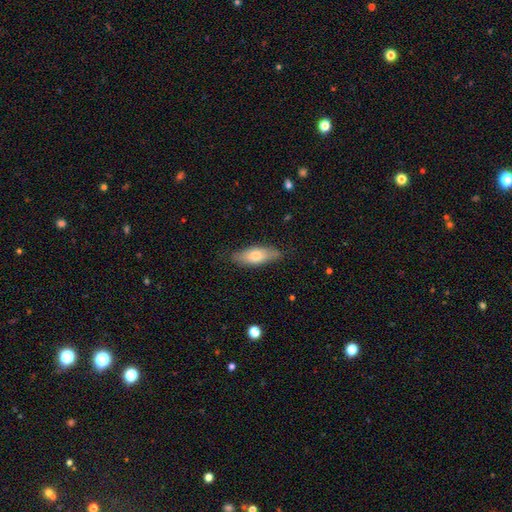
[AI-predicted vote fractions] A smooth galaxy with no disk features (71%) that is in between round and cigar-shaped (67%). Merging: none (81%).